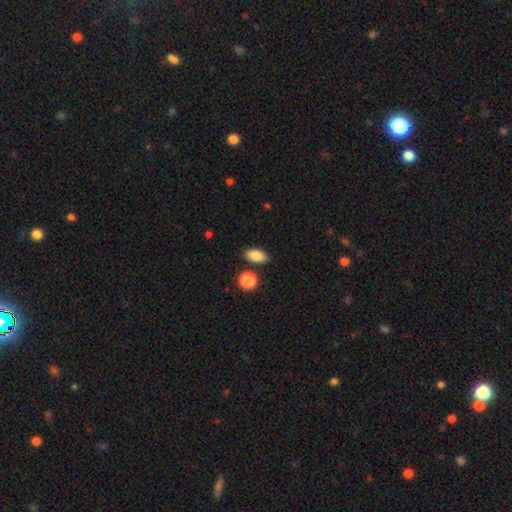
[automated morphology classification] Overall: smooth (85%). How rounded: in between (88%). Merging: none (84%).